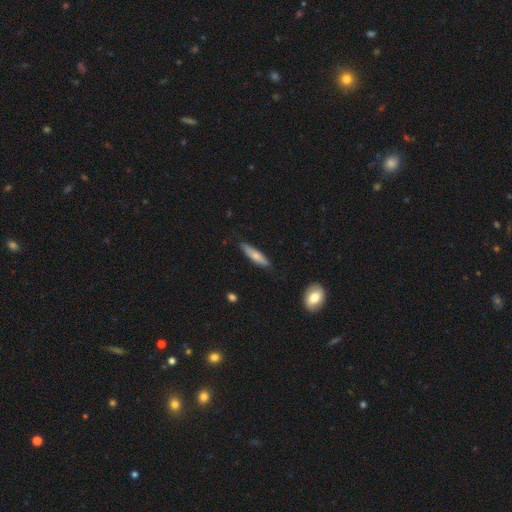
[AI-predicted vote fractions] This is likely a smooth galaxy (68%). How rounded: clearly cigar-shaped (80%). Merging: clearly none (83%).